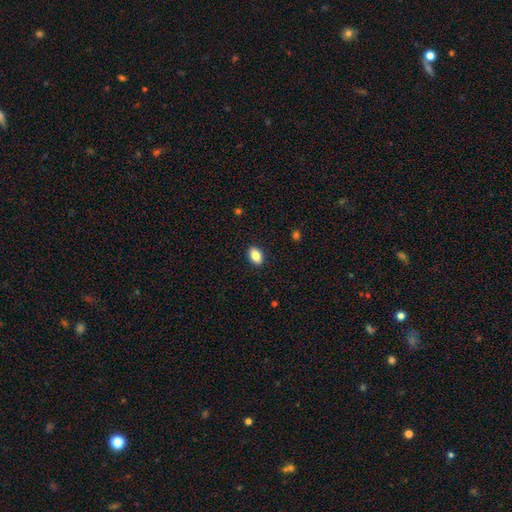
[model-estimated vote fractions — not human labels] Smooth or featured? Predicted: smooth (p=0.86). How rounded? Predicted: in between (p=0.88). Merging? Predicted: none (p=0.90).